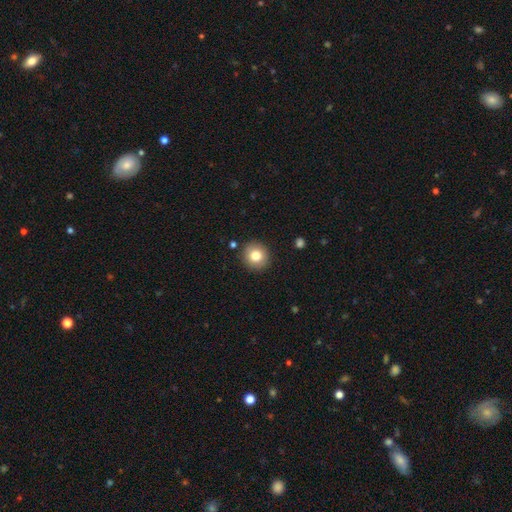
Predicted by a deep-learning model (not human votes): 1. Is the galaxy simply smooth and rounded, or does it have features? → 80% smooth, 10% star or artifact, 10% featured or disk.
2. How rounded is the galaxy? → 90% round, 9% in between, 1% cigar-shaped.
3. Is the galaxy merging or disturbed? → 90% none, 7% minor disturbance, 2% major disturbance, 2% merger.